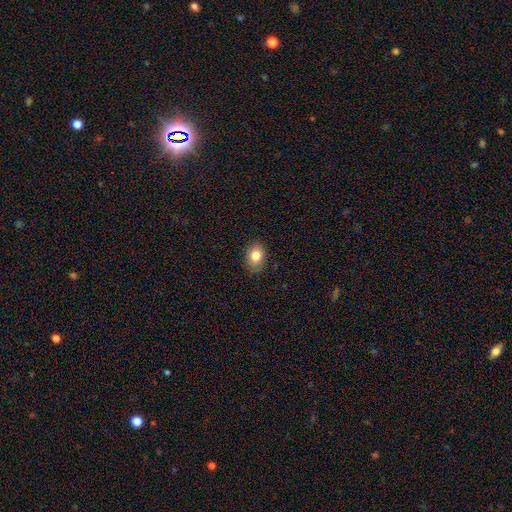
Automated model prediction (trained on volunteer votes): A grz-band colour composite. It shows a smooth galaxy with no disk features (82%) that is in between round and cigar-shaped (76%). Merging: none (87%).